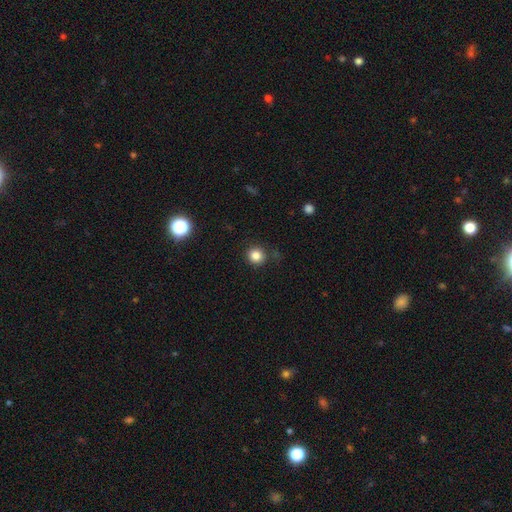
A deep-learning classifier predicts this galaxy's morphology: Overall: smooth (83%). How rounded: round (92%). Merging: none (84%).